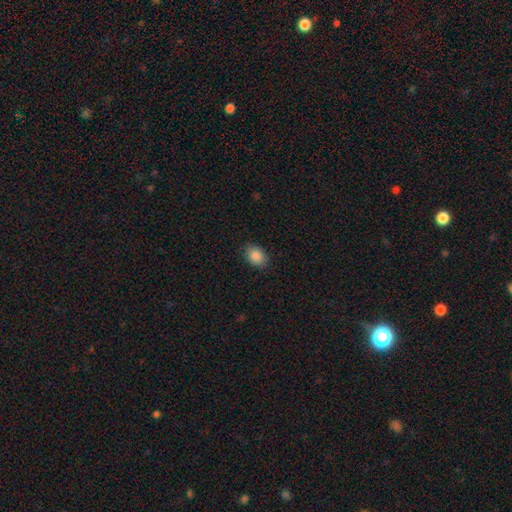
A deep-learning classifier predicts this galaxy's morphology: This is clearly a smooth galaxy (88%). How rounded: likely in between (74%). Merging: clearly none (86%).